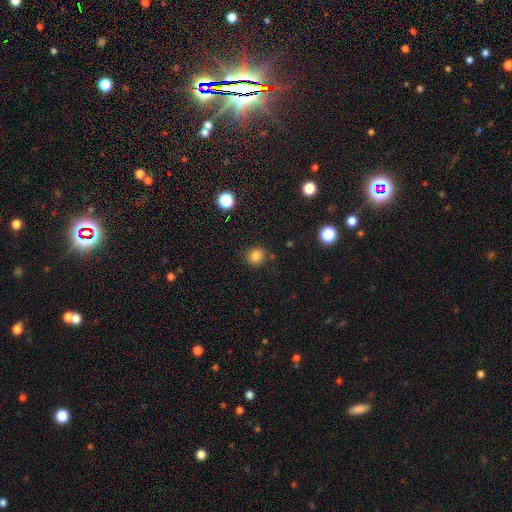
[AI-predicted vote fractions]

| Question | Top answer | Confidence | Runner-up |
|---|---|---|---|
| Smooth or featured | smooth | 82% | star or artifact (13%) |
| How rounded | round | 85% | in between (14%) |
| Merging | none | 84% | minor disturbance (10%) |